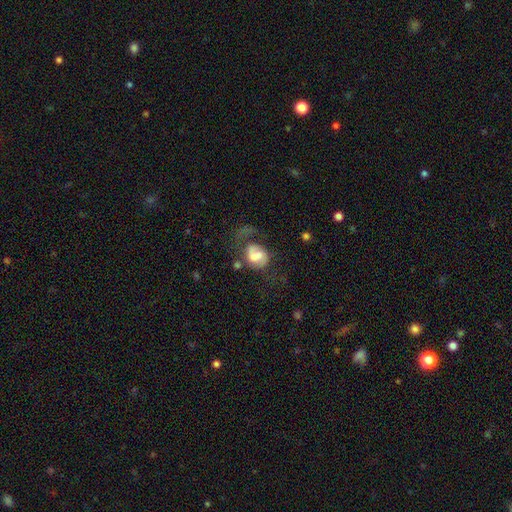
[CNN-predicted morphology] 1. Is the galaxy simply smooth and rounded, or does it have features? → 46% featured or disk, 45% smooth, 9% star or artifact.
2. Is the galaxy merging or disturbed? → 40% major disturbance, 29% none, 20% minor disturbance, 11% merger.